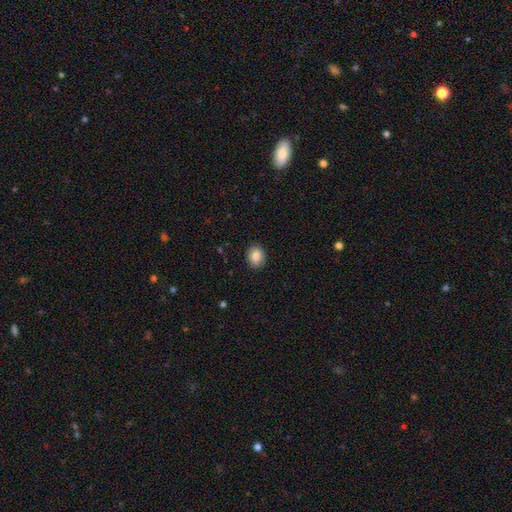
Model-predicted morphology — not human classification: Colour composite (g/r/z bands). It shows a smooth galaxy with no disk features (84%) that is round (56%). Merging: none (90%).